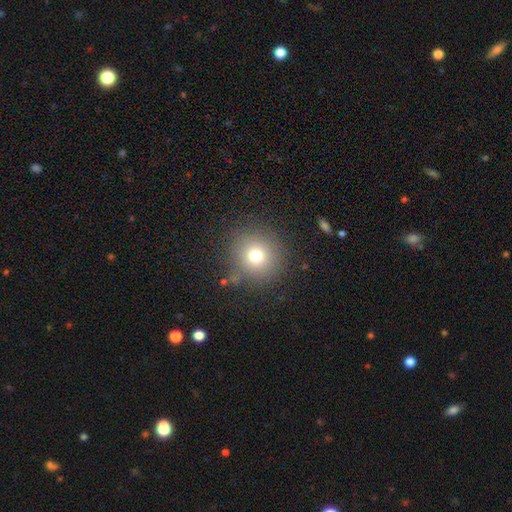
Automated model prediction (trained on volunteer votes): Smooth or featured? Predicted: smooth (p=0.72). How rounded? Predicted: round (p=0.93). Merging? Predicted: none (p=0.84).